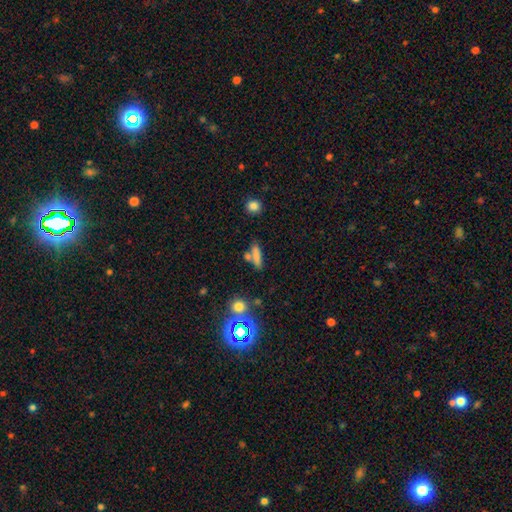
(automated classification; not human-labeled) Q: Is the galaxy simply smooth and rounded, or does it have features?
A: smooth — 73%.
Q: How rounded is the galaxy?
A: cigar-shaped — 57%.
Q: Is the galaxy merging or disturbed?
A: none — 57%.